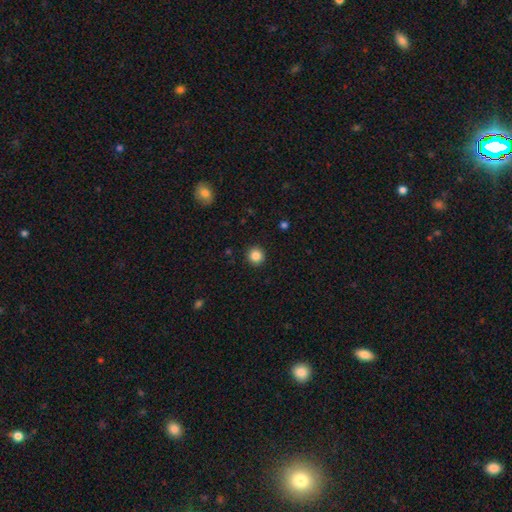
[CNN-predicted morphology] A smooth galaxy with no disk features (85%) that is round (93%). Merging: none (92%).